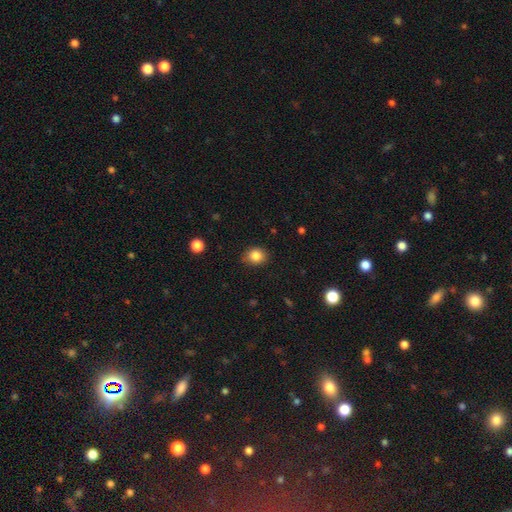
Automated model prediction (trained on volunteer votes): Smooth or featured: smooth — 84% (star or artifact — 11%)
How rounded: round — 60% (in between — 40%)
Merging: none — 82% (minor disturbance — 15%)